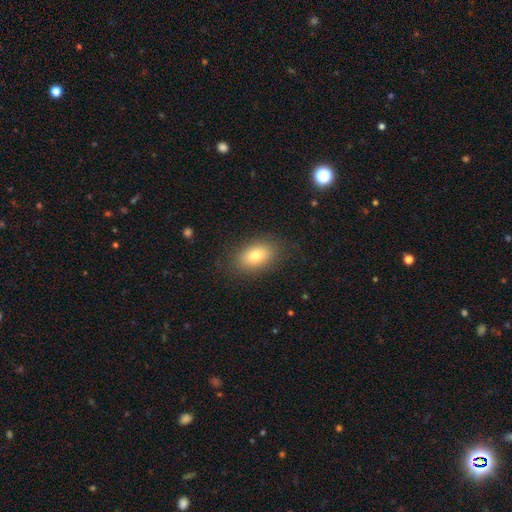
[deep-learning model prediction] The model was most divided on "smooth or featured": smooth: 76%, featured or disk: 14%, star or artifact: 10%. More confident: how rounded — in between (84%); merging — none (84%).